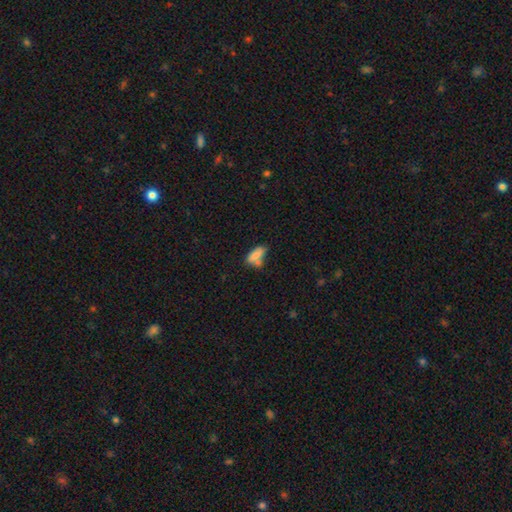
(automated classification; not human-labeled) A smooth galaxy with no disk features (77%) that is in between round and cigar-shaped (77%).

Vote fractions:
- Smooth or featured? smooth: 77% / featured or disk: 14% / star or artifact: 9%
- How rounded? in between: 77% / cigar-shaped: 19% / round: 4%
- Merging? none: 44% / merger: 30% / minor disturbance: 19% / major disturbance: 7%